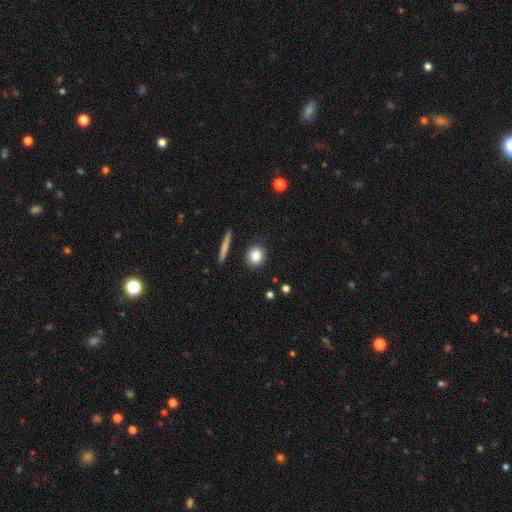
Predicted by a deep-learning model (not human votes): smooth-or-featured: smooth: 84% | featured or disk: 8% | star or artifact: 8%
  how-rounded: round: 68% | in between: 28% | cigar-shaped: 4%
  merging: none: 85% | minor disturbance: 10% | major disturbance: 3% | merger: 2%